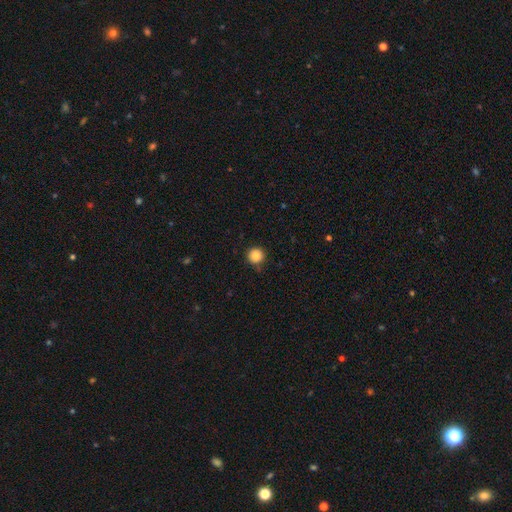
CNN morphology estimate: A smooth galaxy with no disk features (87%) that is round (95%).

Vote fractions:
- Smooth or featured? smooth: 87% / star or artifact: 10% / featured or disk: 3%
- How rounded? round: 95% / in between: 4% / cigar-shaped: 1%
- Merging? none: 86% / minor disturbance: 10% / major disturbance: 2% / merger: 2%